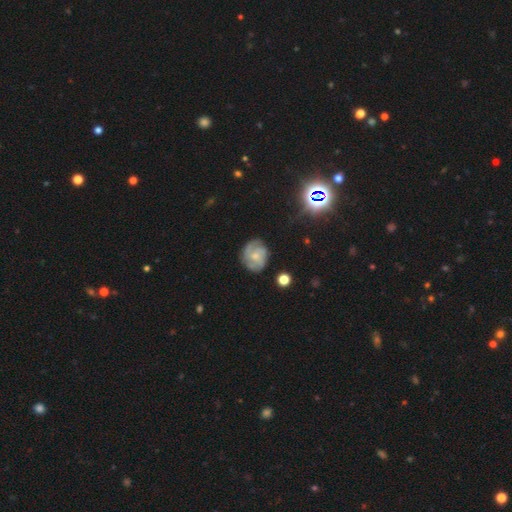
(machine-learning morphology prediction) smooth-or-featured: featured or disk: 67% | smooth: 26% | star or artifact: 8%
  disk-edge-on: no: 98% | yes: 2%
    bar: no: 71% | weak: 26% | strong: 3%
    has-spiral-arms: yes: 89% | no: 11%
      spiral-winding: tight: 46% | medium: 41% | loose: 13%
      spiral-arm-count: 3: 31% | can't tell: 27% | 2: 26% | 4: 7% | 1: 5% | more than 4: 4%
    bulge-size: small: 54% | moderate: 34% | none: 8% | large: 2% | dominant: 1%
  merging: none: 73% | minor disturbance: 19% | major disturbance: 6% | merger: 2%